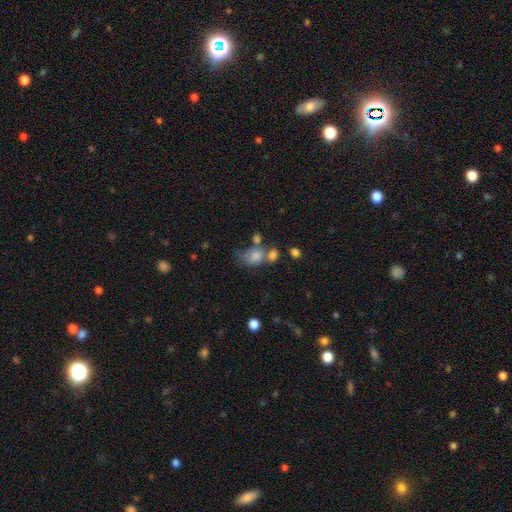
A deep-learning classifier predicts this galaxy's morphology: type=smooth (74%); roundness=in between (62%); merging=merger (39%).